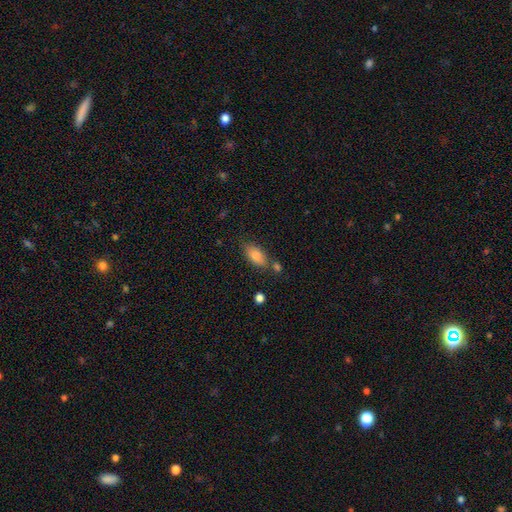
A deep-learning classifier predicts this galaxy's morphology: A smooth galaxy with no disk features (82%) that is in between round and cigar-shaped (88%). Merging: none (71%).